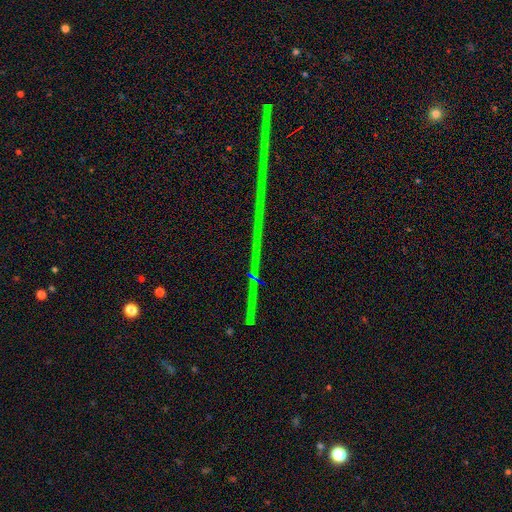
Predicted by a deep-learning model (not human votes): A star or artifact, not a galaxy (84%).

Vote fractions:
- Smooth or featured? star or artifact: 84% / featured or disk: 10% / smooth: 6%